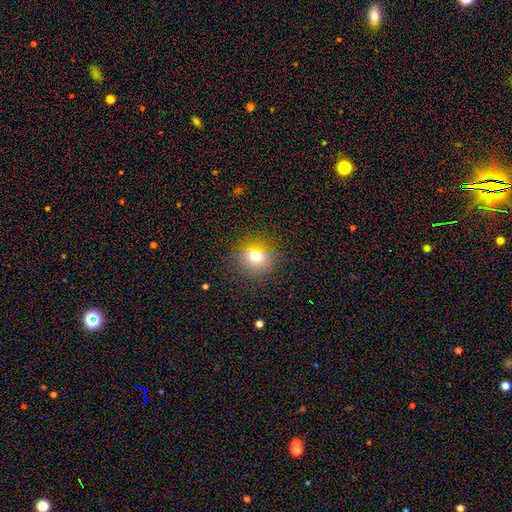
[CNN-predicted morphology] A smooth galaxy with no disk features (66%) that is round (82%). Merging: none (85%).